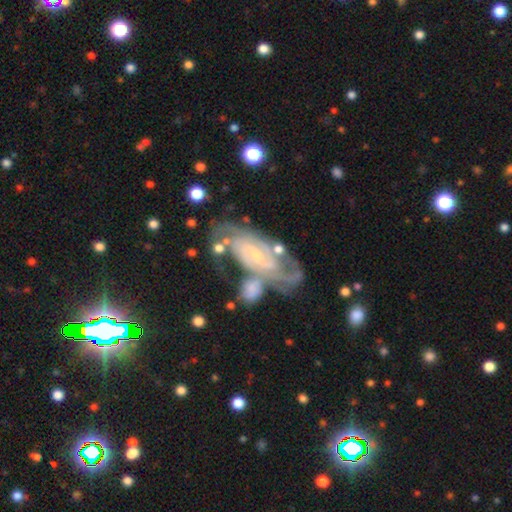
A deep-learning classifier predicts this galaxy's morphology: Q: Smooth or featured?
A: featured or disk (87%); runner-up: smooth (7%)
Q: Edge-on disk?
A: no (95%); runner-up: yes (5%)
Q: Bar?
A: weak (43%); runner-up: no (40%)
Q: Spiral arms?
A: yes (96%); runner-up: no (4%)
Q: Spiral winding?
A: tight (52%); runner-up: medium (38%)
Q: Spiral arm count?
A: 2 (46%); runner-up: can't tell (25%)
Q: Bulge size?
A: small (72%); runner-up: moderate (21%)
Q: Merging?
A: none (46%); runner-up: merger (21%)